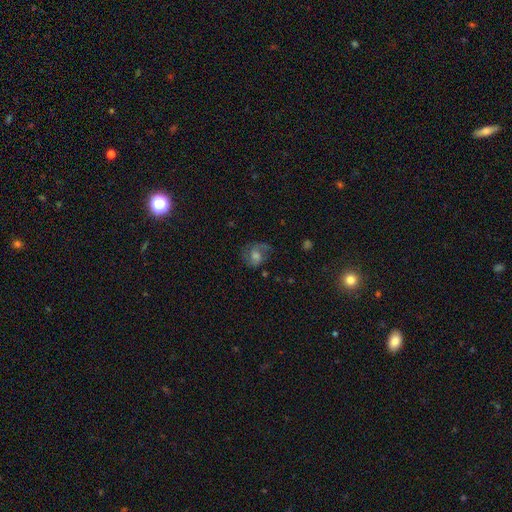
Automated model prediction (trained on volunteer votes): Overall: featured or disk (53%; smooth 30%). Edge-on disk: no (97%). Bar: no (58%; weak 34%). Spiral arms: yes (84%). Bulge size: moderate (53%; small 22%). Merging: none (62%).